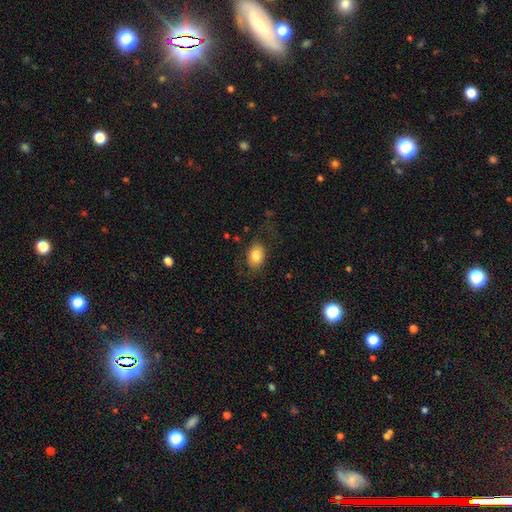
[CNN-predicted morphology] type=smooth (81%); roundness=in between (78%); merging=none (75%).